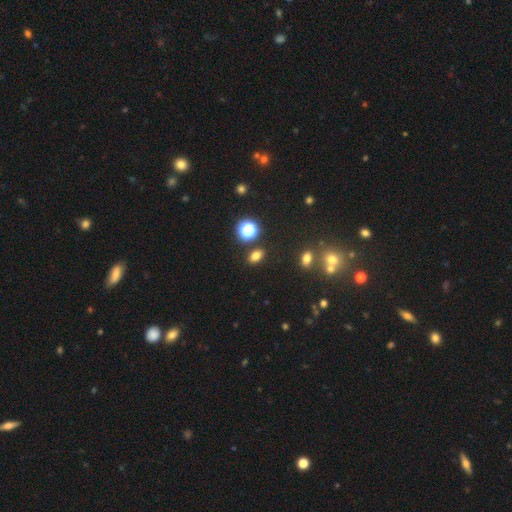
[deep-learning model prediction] smooth_or_featured: smooth (p=0.75) [alt: star or artifact p=0.18]
how_rounded: in between (p=0.78) [alt: round p=0.19]
merging: none (p=0.85) [alt: minor disturbance p=0.08]